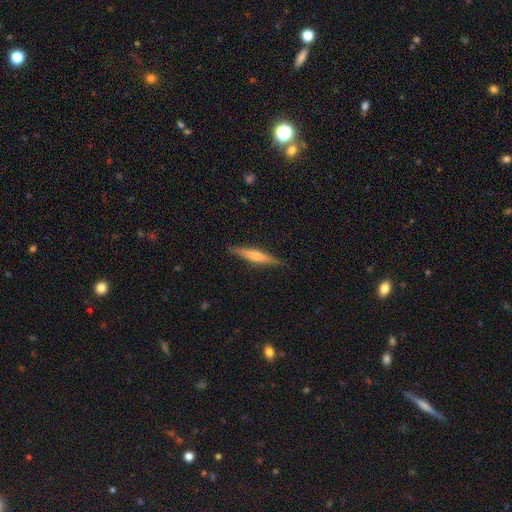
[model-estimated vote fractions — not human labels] Q: Smooth or featured?
A: featured or disk (51%); runner-up: smooth (43%)
Q: Edge-on disk?
A: yes (95%); runner-up: no (5%)
Q: Merging?
A: none (88%); runner-up: minor disturbance (9%)